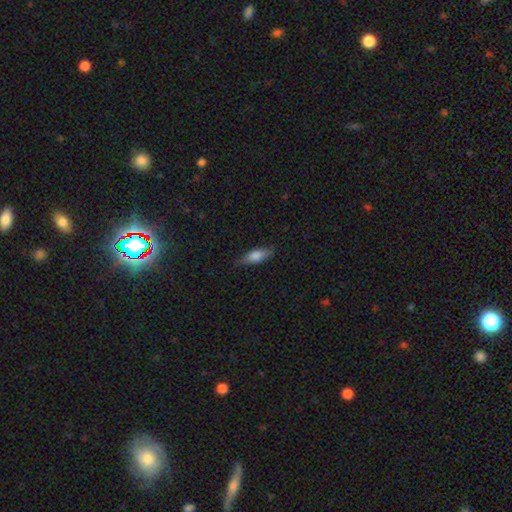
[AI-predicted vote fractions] smooth 70%, featured or disk 23%, star or artifact 7%. Down the decision tree: how rounded — in between (61%); merging — none (81%).